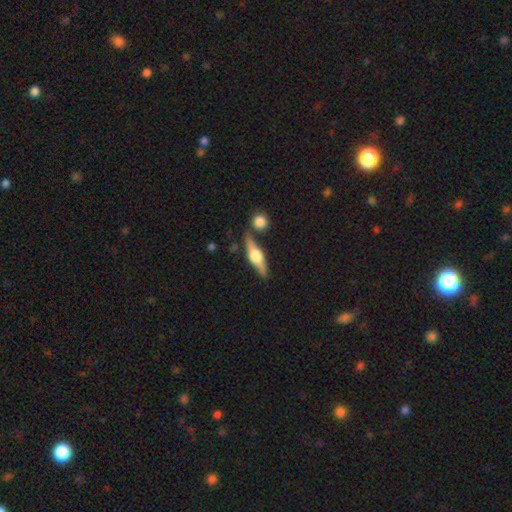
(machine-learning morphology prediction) The model was most divided on "smooth or featured": featured or disk: 69%, smooth: 25%, star or artifact: 6%. More confident: edge-on disk — yes (95%); edge-on bulge — rounded (93%); merging — none (78%).